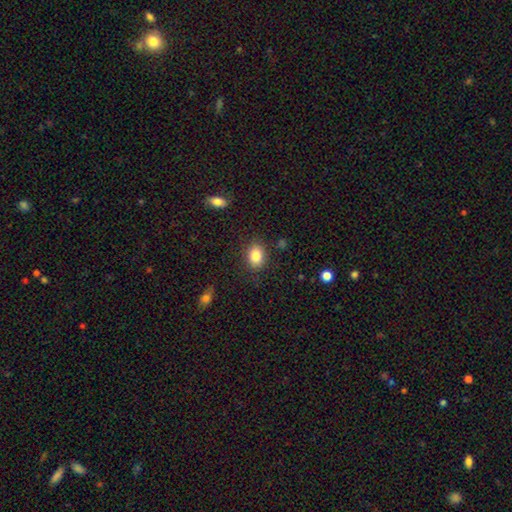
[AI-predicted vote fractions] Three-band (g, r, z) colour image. It shows a smooth galaxy with no disk features (85%) that is in between round and cigar-shaped (74%). Merging: none (83%).